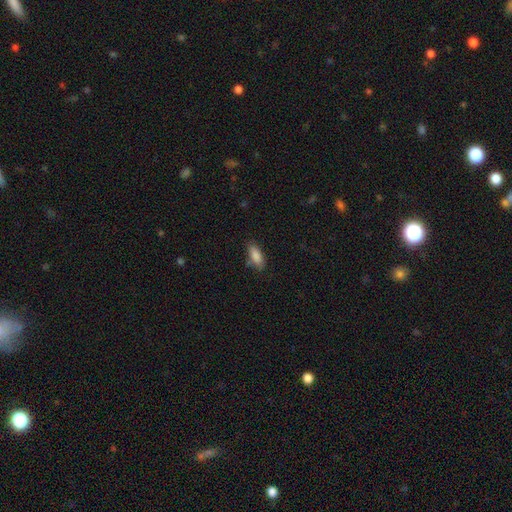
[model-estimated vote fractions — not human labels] A smooth galaxy with no disk features (86%) that is in between round and cigar-shaped (79%).

Vote fractions:
- Smooth or featured? smooth: 86% / star or artifact: 7% / featured or disk: 7%
- How rounded? in between: 79% / cigar-shaped: 19% / round: 2%
- Merging? none: 76% / minor disturbance: 17% / merger: 4% / major disturbance: 4%